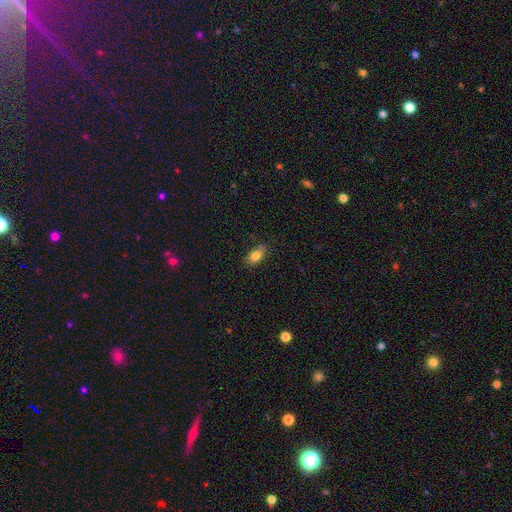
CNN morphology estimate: A smooth galaxy with no disk features (82%) that is in between round and cigar-shaped (87%). Merging: none (76%).